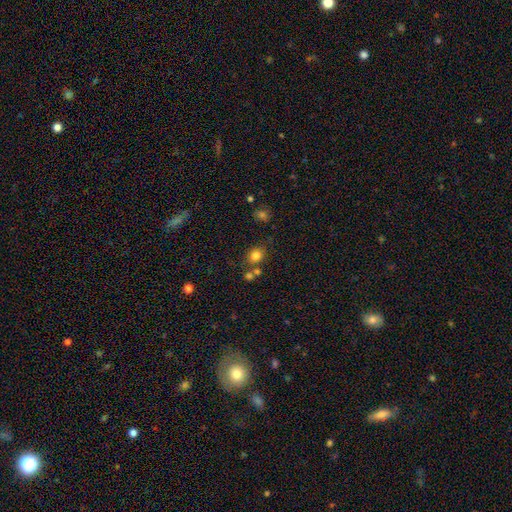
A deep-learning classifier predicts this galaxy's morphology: Smooth or featured?
  - smooth: 81% *
  - star or artifact: 13%
  - featured or disk: 7%
How rounded?
  - round: 59% *
  - in between: 40%
  - cigar-shaped: 1%
Merging?
  - none: 67% *
  - merger: 16%
  - minor disturbance: 12%
  - major disturbance: 4%